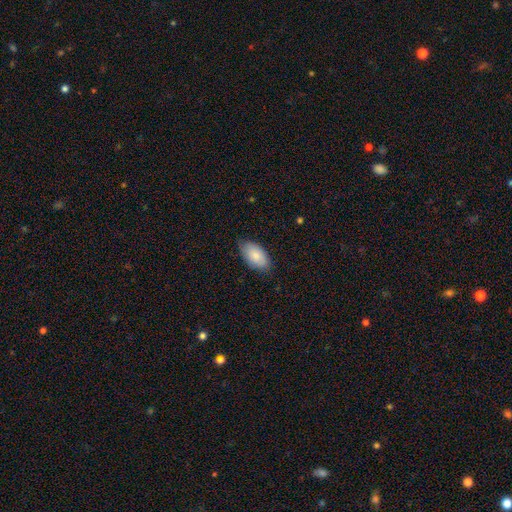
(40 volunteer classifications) Q: Smooth or featured?
A: smooth (82%); runner-up: featured or disk (15%)
Q: How rounded?
A: in between (97%); runner-up: round (3%)
Q: Merging?
A: none (67%); runner-up: minor disturbance (21%)